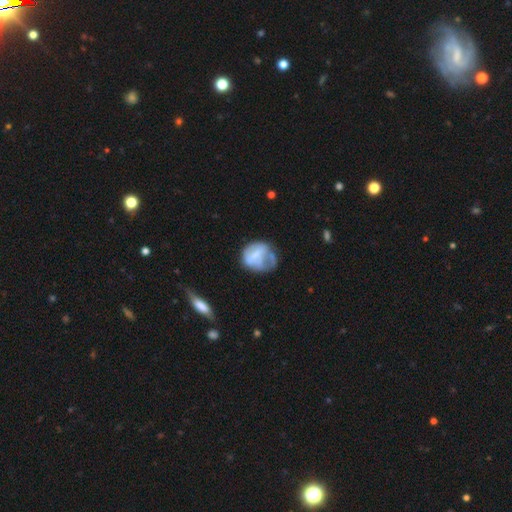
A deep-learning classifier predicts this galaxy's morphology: type=smooth (49%); merging=none (34%).